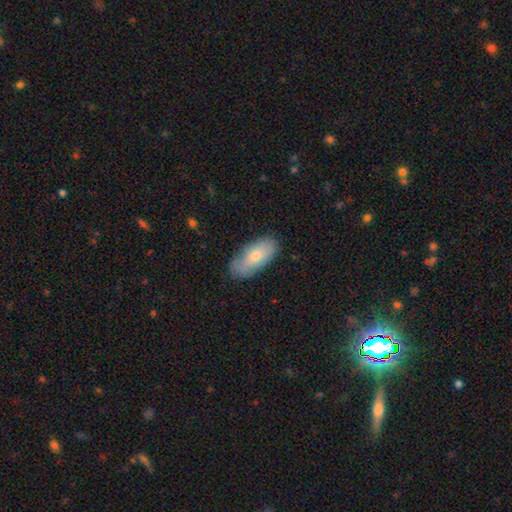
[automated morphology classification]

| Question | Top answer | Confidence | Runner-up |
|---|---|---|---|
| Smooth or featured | smooth | 73% | featured or disk (21%) |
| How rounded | in between | 87% | cigar-shaped (11%) |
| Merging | none | 80% | minor disturbance (16%) |